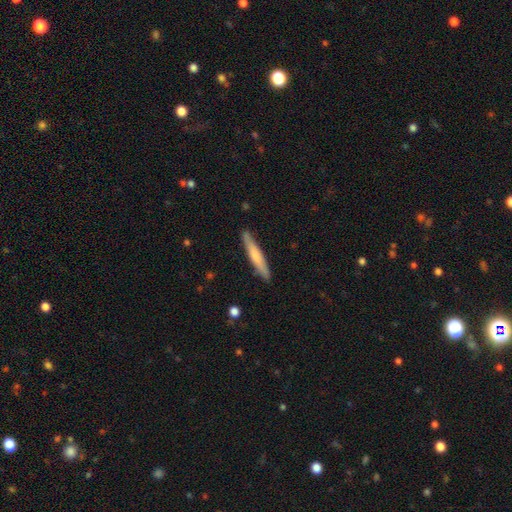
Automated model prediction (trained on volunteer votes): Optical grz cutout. It shows a smooth galaxy with no disk features (59%) that is cigar-shaped (94%). Merging: none (89%).